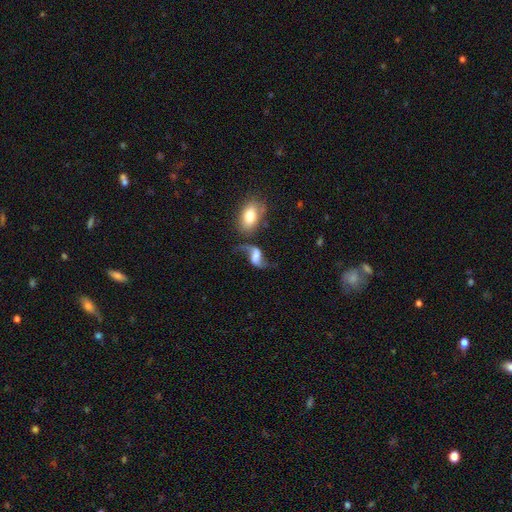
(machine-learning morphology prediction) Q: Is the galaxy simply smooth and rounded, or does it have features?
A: featured or disk — 74%.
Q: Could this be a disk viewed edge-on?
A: no — 96%.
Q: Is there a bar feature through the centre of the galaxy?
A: weak — 41%.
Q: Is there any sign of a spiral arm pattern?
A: yes — 92%.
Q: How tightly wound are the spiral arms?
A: loose — 89%.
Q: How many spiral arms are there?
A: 2 — 91%.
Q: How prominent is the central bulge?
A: none — 33%.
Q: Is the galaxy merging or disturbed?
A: none — 51%.